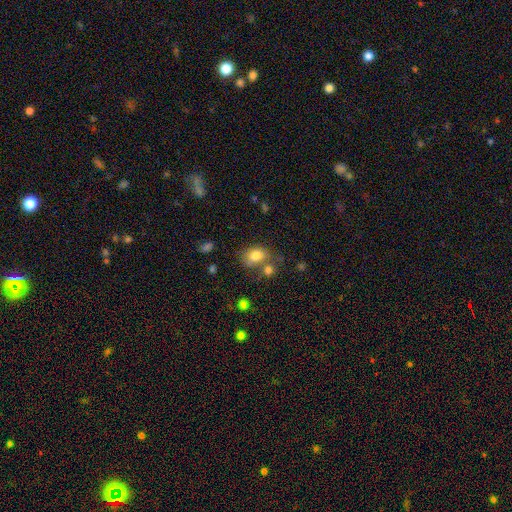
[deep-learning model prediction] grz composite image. It shows a smooth galaxy with no disk features (80%) that is in between round and cigar-shaped (62%). Merging: none (54%).